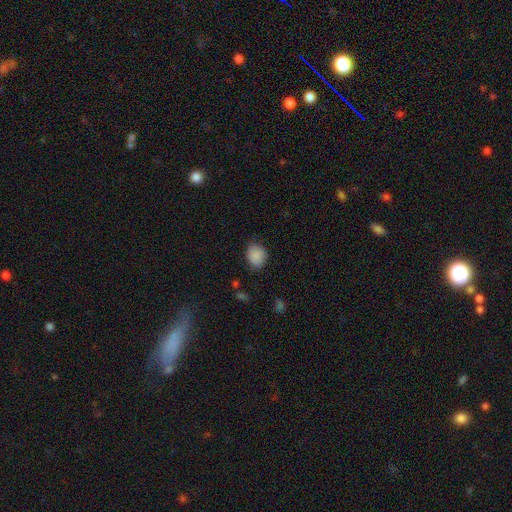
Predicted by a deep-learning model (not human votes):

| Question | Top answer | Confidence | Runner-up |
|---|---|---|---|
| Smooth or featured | smooth | 88% | star or artifact (8%) |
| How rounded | round | 55% | in between (44%) |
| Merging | none | 79% | minor disturbance (16%) |